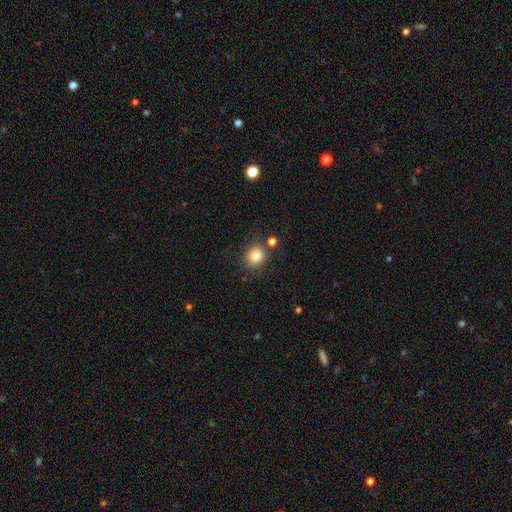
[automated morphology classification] smooth 83%, star or artifact 11%, featured or disk 6%. Down the decision tree: how rounded — round (80%); merging — none (78%).